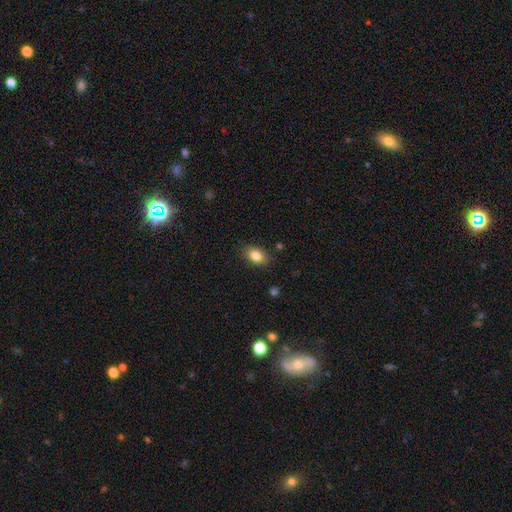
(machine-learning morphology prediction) The model was most divided on "how rounded": in between: 85%, round: 13%, cigar-shaped: 2%. More confident: merging — none (85%); smooth or featured — smooth (83%).